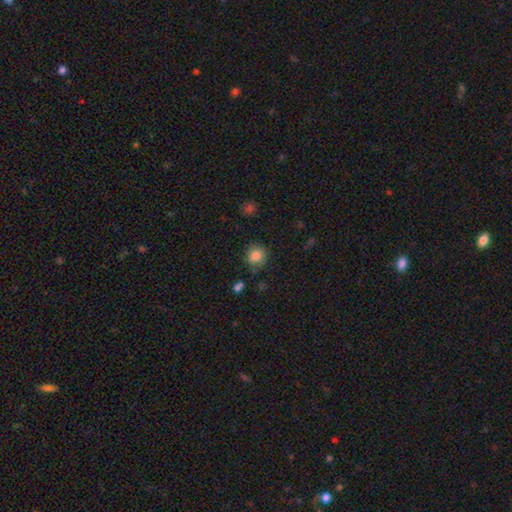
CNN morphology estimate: The model was most divided on "merging": none: 76%, minor disturbance: 17%, major disturbance: 4%, merger: 3%. More confident: smooth or featured — smooth (84%); how rounded — round (83%).